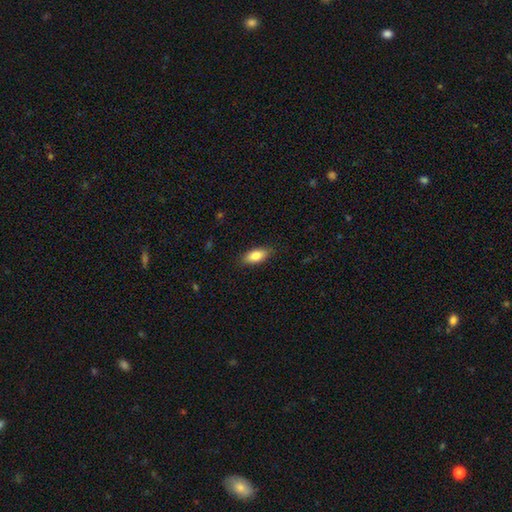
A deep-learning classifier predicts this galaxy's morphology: This appears to be a smooth galaxy with no disk features (82%) that is in between round and cigar-shaped (85%). Merging: none (86%).